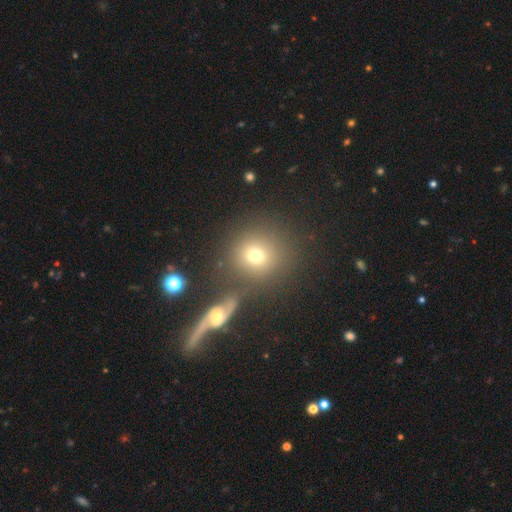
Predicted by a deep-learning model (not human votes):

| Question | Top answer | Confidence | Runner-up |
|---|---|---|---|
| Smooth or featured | smooth | 71% | featured or disk (15%) |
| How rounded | round | 86% | in between (13%) |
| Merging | none | 67% | merger (17%) |